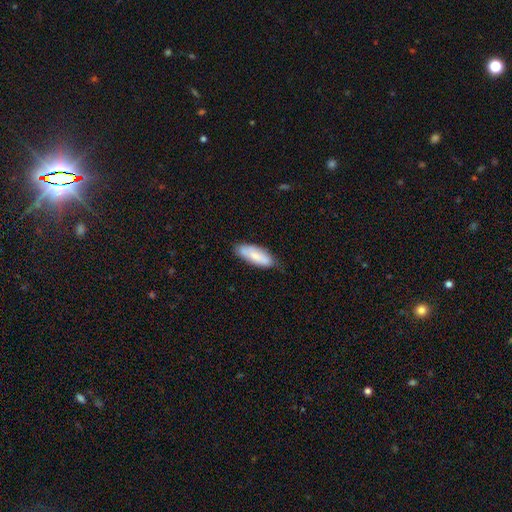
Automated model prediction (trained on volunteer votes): Overall: smooth (75%). How rounded: in between (68%; cigar-shaped 30%). Merging: none (71%).